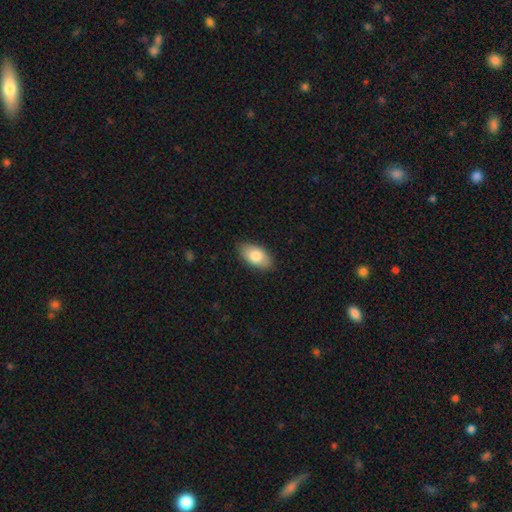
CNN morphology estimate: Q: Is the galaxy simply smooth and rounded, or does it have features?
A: smooth — 81%.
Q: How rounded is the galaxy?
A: in between — 93%.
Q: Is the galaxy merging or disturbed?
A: none — 86%.